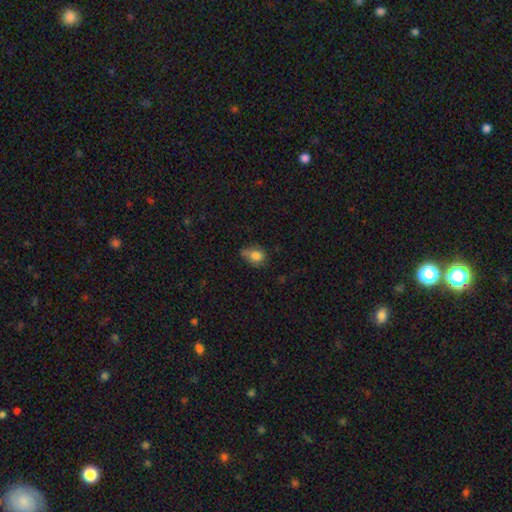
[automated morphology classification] Smooth or featured?
  - smooth: 79% *
  - featured or disk: 11%
  - star or artifact: 10%
How rounded?
  - in between: 58% *
  - round: 40%
  - cigar-shaped: 1%
Merging?
  - none: 44% *
  - minor disturbance: 35%
  - major disturbance: 11%
  - merger: 10%